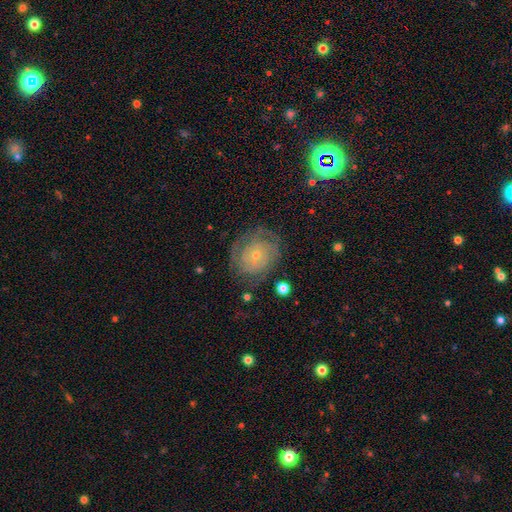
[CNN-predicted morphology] Smooth or featured: featured or disk — 71% (smooth — 20%)
Edge-on disk: no — 97% (yes — 3%)
Bar: no — 78% (weak — 18%)
Spiral arms: yes — 86% (no — 14%)
Spiral winding: tight — 68% (medium — 24%)
Spiral arm count: can't tell — 46% (2 — 23%)
Bulge size: small — 77% (moderate — 19%)
Merging: none — 68% (minor disturbance — 19%)